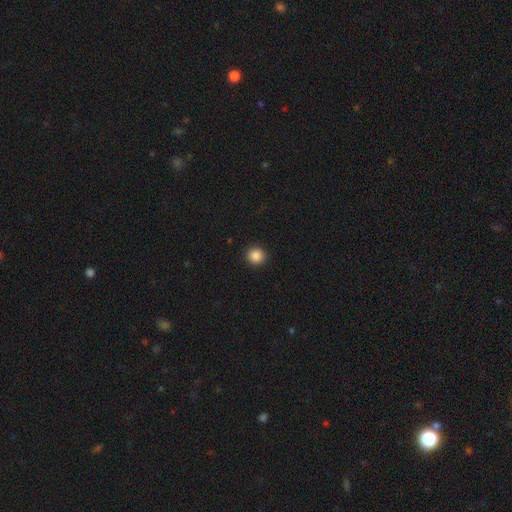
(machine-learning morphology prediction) This appears to be a smooth galaxy with no disk features (86%) that is round (92%). Merging: none (93%).